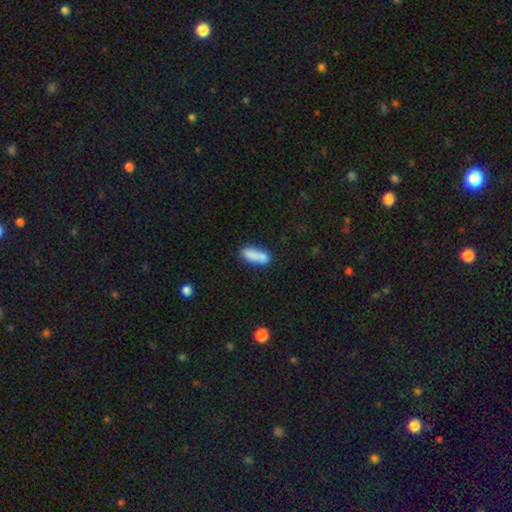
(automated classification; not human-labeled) smooth_or_featured: smooth (p=0.85) [alt: featured or disk p=0.08]
how_rounded: in between (p=0.55) [alt: cigar-shaped p=0.42]
merging: none (p=0.68) [alt: minor disturbance p=0.19]